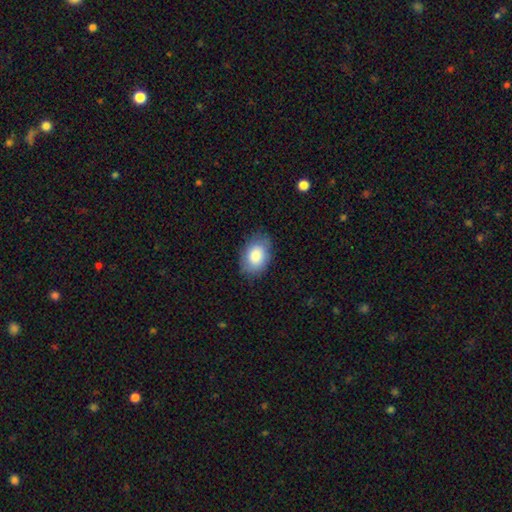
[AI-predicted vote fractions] A smooth galaxy with no disk features (85%) that is in between round and cigar-shaped (86%). Merging: none (79%).